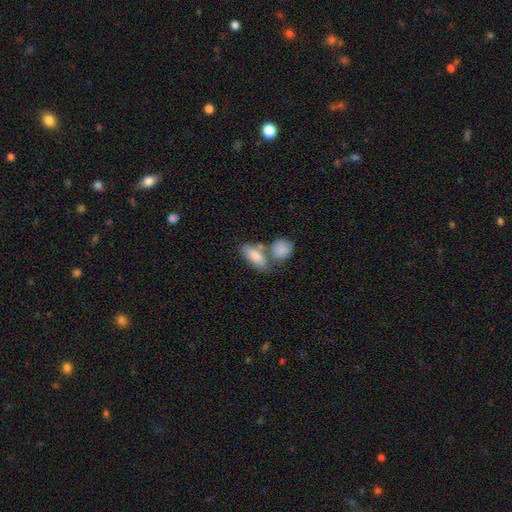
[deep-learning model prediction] Q: Smooth or featured?
A: smooth (80%); runner-up: featured or disk (14%)
Q: How rounded?
A: in between (82%); runner-up: cigar-shaped (13%)
Q: Merging?
A: none (45%); runner-up: merger (39%)